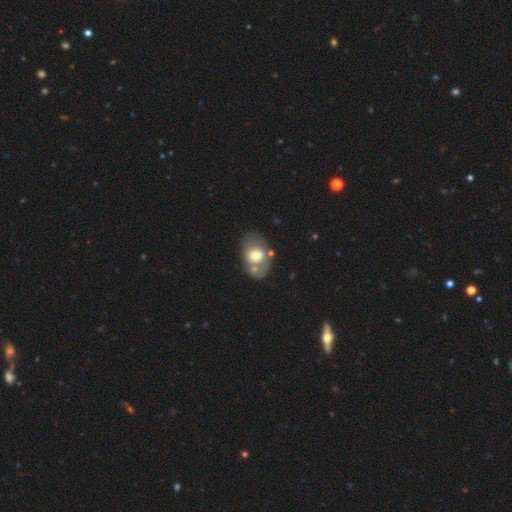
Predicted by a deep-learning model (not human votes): A smooth galaxy with no disk features (54%) that is in between round and cigar-shaped (65%). Merging: none (45%).